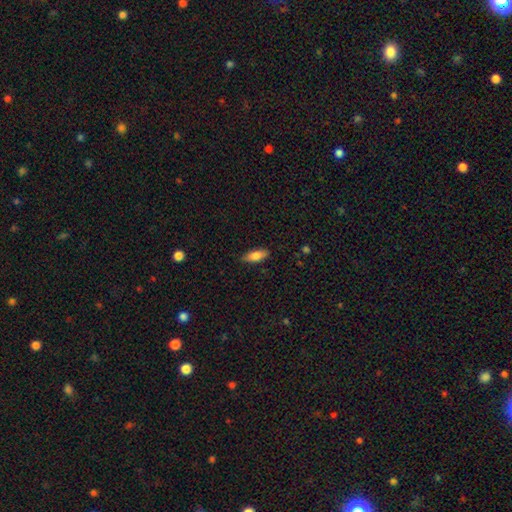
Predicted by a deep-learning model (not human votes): Morphology: type=smooth (81%); roundness=in between (72%); merging=none (84%).